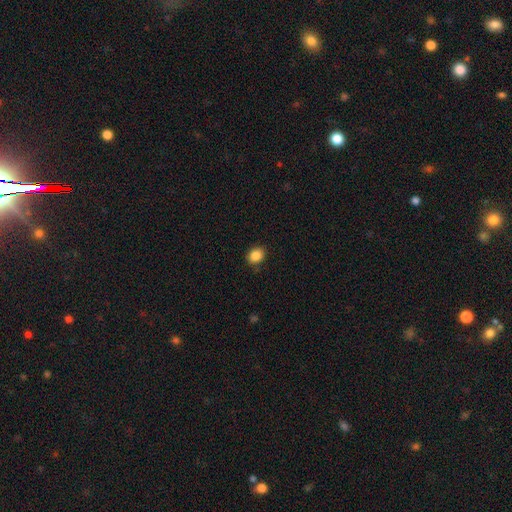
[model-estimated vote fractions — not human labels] Smooth or featured?
  - smooth: 87% *
  - star or artifact: 9%
  - featured or disk: 4%
How rounded?
  - round: 50% *
  - in between: 49%
  - cigar-shaped: 1%
Merging?
  - none: 87% *
  - minor disturbance: 9%
  - major disturbance: 2%
  - merger: 1%